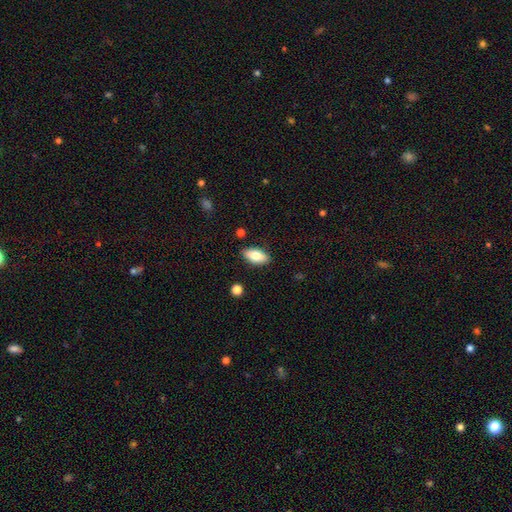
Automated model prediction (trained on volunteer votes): Overall: smooth (75%). How rounded: in between (89%). Merging: none (87%).